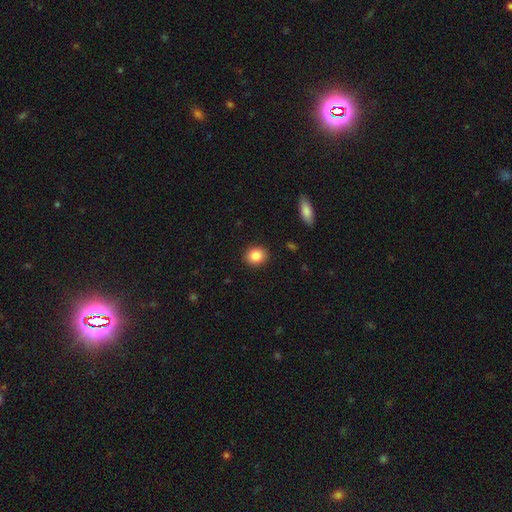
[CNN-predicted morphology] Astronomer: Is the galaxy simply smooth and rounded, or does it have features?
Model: smooth — 86%.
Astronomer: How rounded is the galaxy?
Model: round — 65%.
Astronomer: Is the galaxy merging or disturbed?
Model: none — 90%.